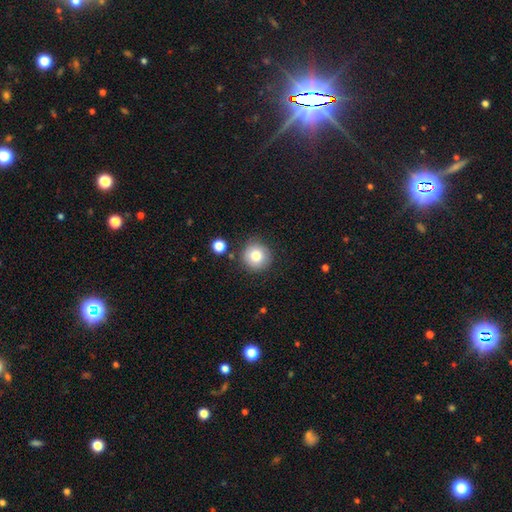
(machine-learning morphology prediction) Smooth or featured: smooth — 81% (star or artifact — 10%)
How rounded: round — 93% (in between — 6%)
Merging: none — 84% (minor disturbance — 9%)